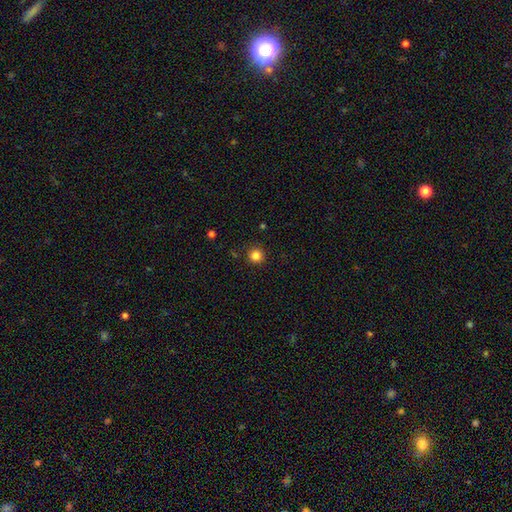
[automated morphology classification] Smooth or featured: smooth — 83% (star or artifact — 13%)
How rounded: round — 94% (in between — 5%)
Merging: none — 91% (minor disturbance — 6%)